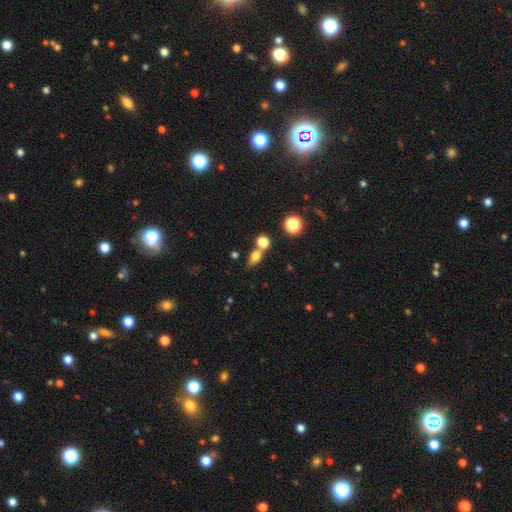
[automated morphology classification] Smooth or featured? smooth (72%)
How rounded? in between (57%)
Merging? none (49%)